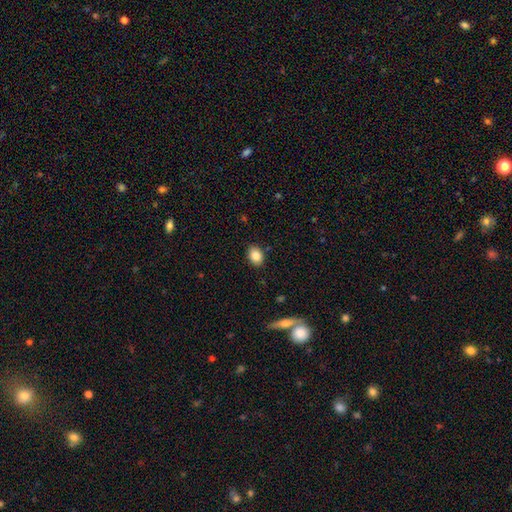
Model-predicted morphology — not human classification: Smooth or featured: smooth — 84% (star or artifact — 8%)
How rounded: in between — 72% (round — 27%)
Merging: none — 88% (minor disturbance — 9%)